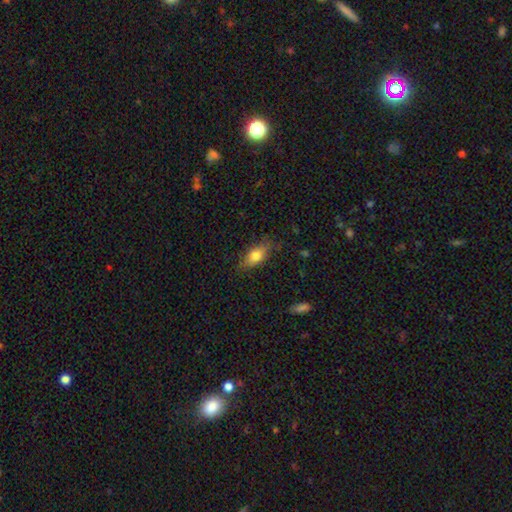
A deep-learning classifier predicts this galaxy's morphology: A smooth galaxy with no disk features (72%) that is in between round and cigar-shaped (79%).

Vote fractions:
- Smooth or featured? smooth: 72% / featured or disk: 20% / star or artifact: 8%
- How rounded? in between: 79% / cigar-shaped: 15% / round: 7%
- Merging? none: 77% / minor disturbance: 18% / major disturbance: 4% / merger: 1%